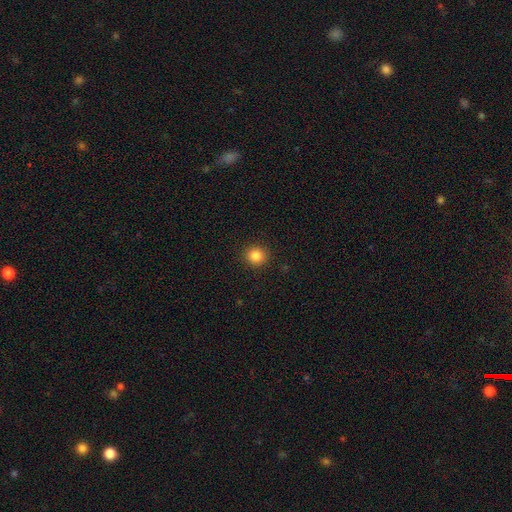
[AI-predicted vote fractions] Overall: smooth (85%). How rounded: round (90%). Merging: none (91%).